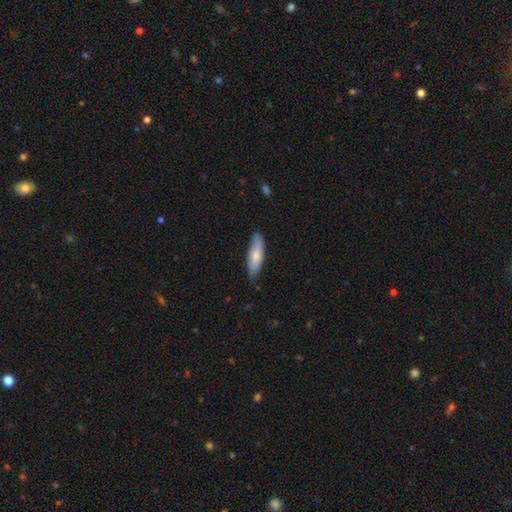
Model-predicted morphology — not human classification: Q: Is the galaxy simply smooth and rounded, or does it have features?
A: smooth — 73%.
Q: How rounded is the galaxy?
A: cigar-shaped — 50%.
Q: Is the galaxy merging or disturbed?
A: none — 75%.